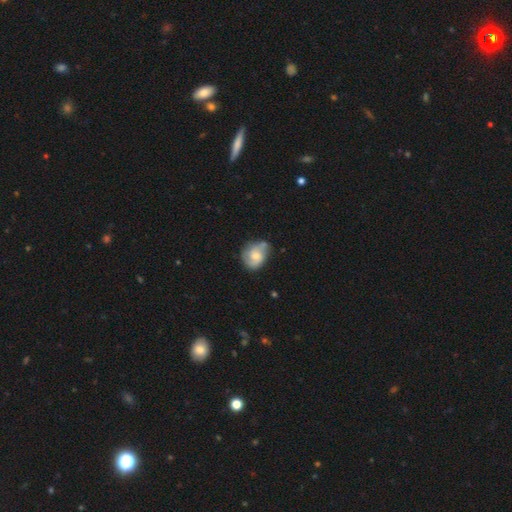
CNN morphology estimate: Smooth or featured?
  - featured or disk: 50% *
  - smooth: 43%
  - star or artifact: 7%
Edge-on disk?
  - no: 97% *
  - yes: 3%
Merging?
  - none: 54% *
  - minor disturbance: 30%
  - major disturbance: 9%
  - merger: 8%